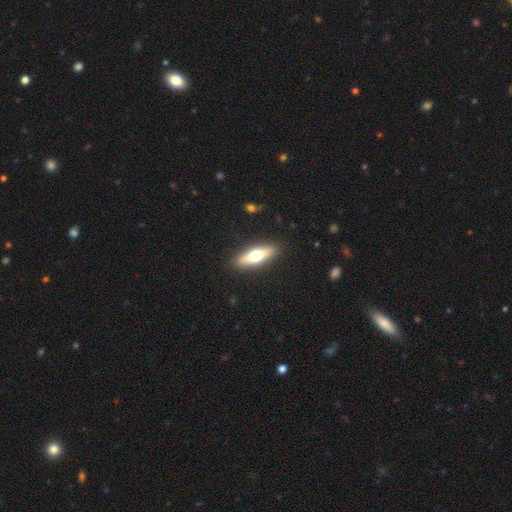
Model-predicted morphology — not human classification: Smooth or featured?
  - smooth: 52% *
  - featured or disk: 42%
  - star or artifact: 6%
How rounded?
  - cigar-shaped: 58% *
  - in between: 40%
  - round: 2%
Merging?
  - none: 89% *
  - minor disturbance: 7%
  - major disturbance: 2%
  - merger: 1%